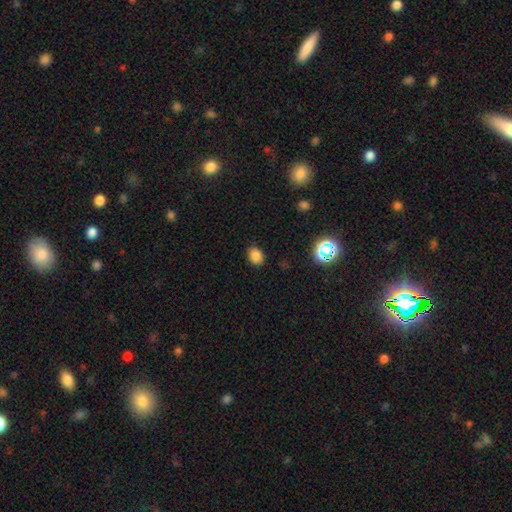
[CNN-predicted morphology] smooth_or_featured: smooth (p=0.83) [alt: star or artifact p=0.12]
how_rounded: in between (p=0.62) [alt: round p=0.37]
merging: none (p=0.87) [alt: minor disturbance p=0.09]